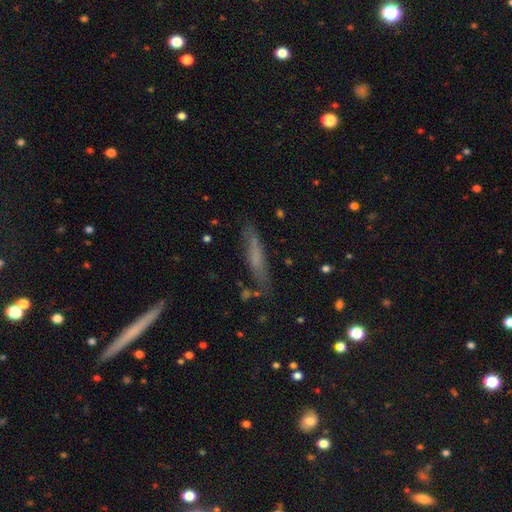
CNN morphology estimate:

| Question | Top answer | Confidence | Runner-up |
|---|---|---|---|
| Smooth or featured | smooth | 56% | featured or disk (34%) |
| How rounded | cigar-shaped | 88% | in between (10%) |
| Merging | none | 76% | minor disturbance (17%) |